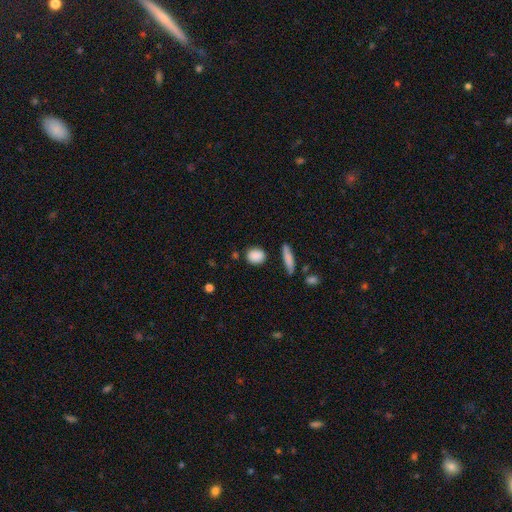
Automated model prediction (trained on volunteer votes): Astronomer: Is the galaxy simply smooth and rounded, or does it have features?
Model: smooth — 87%.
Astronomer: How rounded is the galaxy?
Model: round — 60% (runner-up: in between, 36%).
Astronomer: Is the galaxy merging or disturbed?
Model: none — 82%.